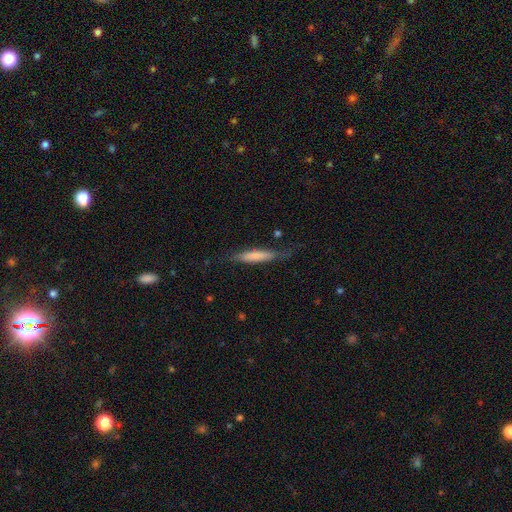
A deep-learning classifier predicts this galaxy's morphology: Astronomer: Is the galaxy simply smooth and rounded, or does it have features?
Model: smooth — 68%.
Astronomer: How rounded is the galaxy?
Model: cigar-shaped — 88%.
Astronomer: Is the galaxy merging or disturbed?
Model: none — 66%.